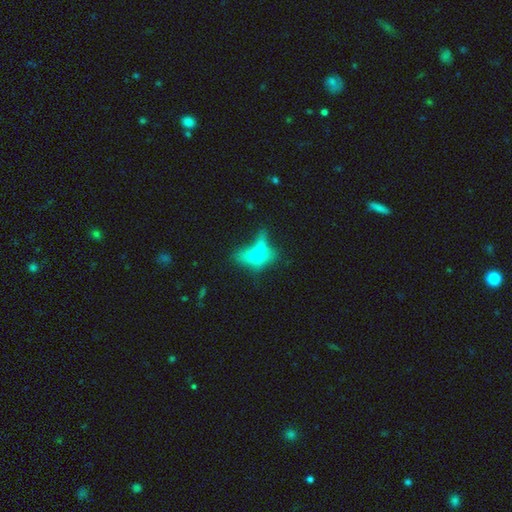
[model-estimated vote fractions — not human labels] A smooth galaxy with no disk features (56%) that is in between round and cigar-shaped (66%). Merging: merger (44%).